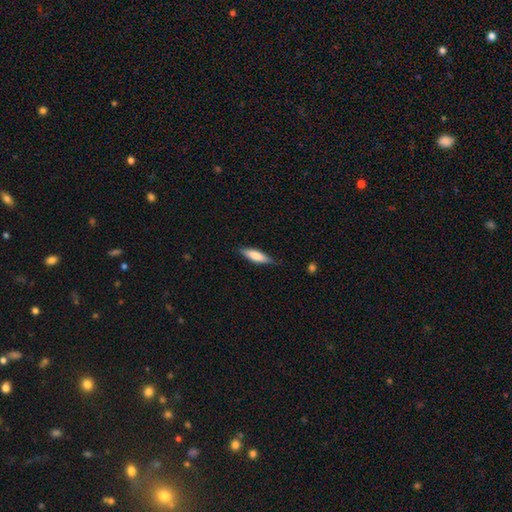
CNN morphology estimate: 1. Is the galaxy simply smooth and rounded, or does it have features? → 75% smooth, 20% featured or disk, 6% star or artifact.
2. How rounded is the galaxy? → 60% cigar-shaped, 38% in between, 2% round.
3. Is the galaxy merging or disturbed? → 81% none, 15% minor disturbance, 3% major disturbance, 1% merger.